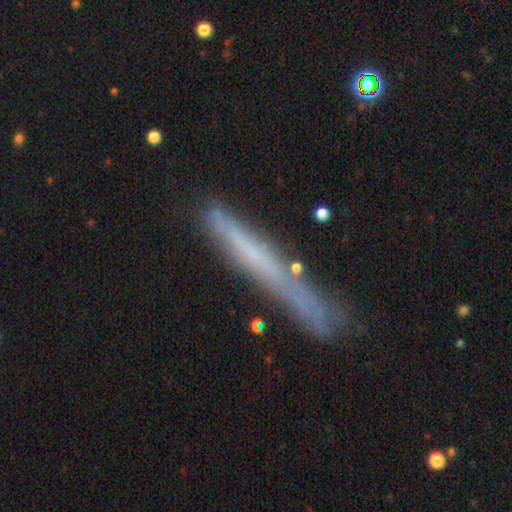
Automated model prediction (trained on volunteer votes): Smooth or featured? featured or disk (46%)
Merging? none (69%)